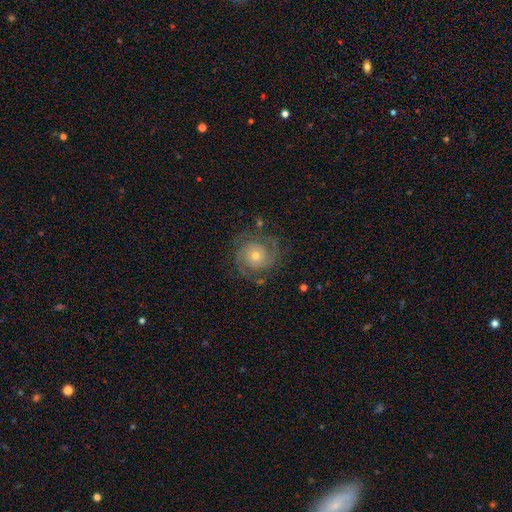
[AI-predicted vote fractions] Overall: featured or disk (84%). Edge-on disk: no (98%). Bar: no (79%). Spiral arms: yes (96%). Spiral arm count: 2 (64%). Spiral winding: tight (65%; medium 29%). Bulge size: small (49%; moderate 46%). Merging: none (78%).